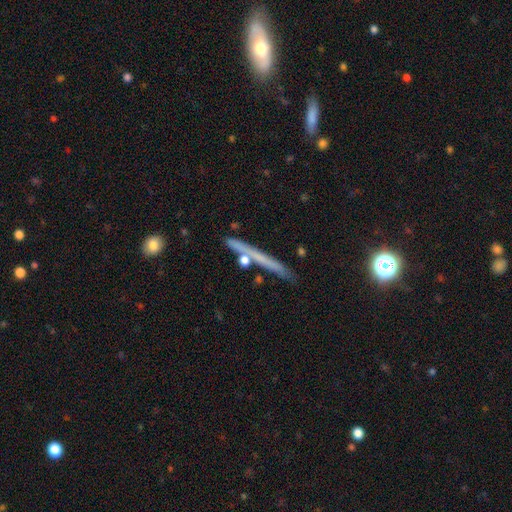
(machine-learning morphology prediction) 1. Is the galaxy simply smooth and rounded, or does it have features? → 53% featured or disk, 35% smooth, 12% star or artifact.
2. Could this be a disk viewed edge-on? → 94% yes, 6% no.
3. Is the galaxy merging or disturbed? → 79% none, 11% minor disturbance, 6% merger, 3% major disturbance.